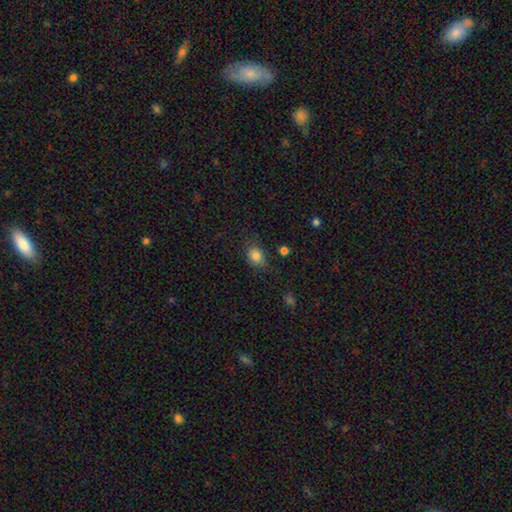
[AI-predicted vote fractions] smooth_or_featured: smooth (p=0.83) [alt: star or artifact p=0.10]
how_rounded: in between (p=0.58) [alt: round p=0.41]
merging: none (p=0.76) [alt: minor disturbance p=0.17]